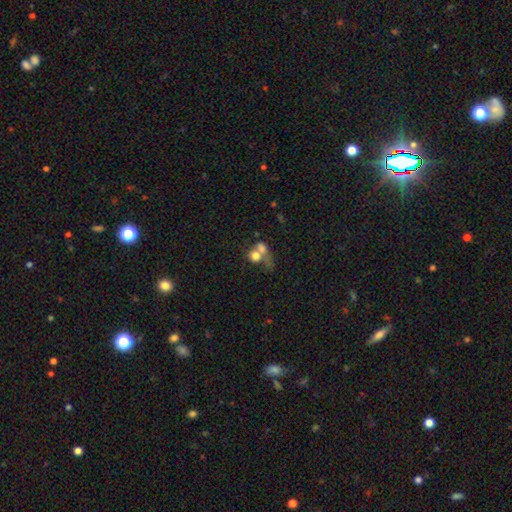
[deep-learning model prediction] Overall: smooth (65%). How rounded: round (65%; in between 33%). Merging: merger (62%).